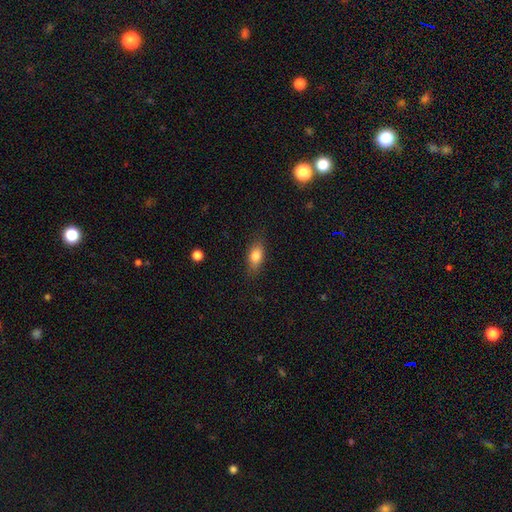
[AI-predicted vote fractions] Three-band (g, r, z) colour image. It shows a smooth galaxy with no disk features (80%) that is in between round and cigar-shaped (82%). Merging: none (82%).